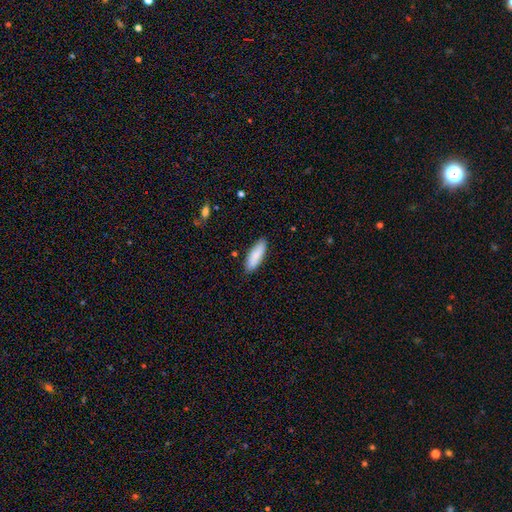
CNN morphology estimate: A smooth galaxy with no disk features (86%) that is in between round and cigar-shaped (59%). Merging: none (85%).